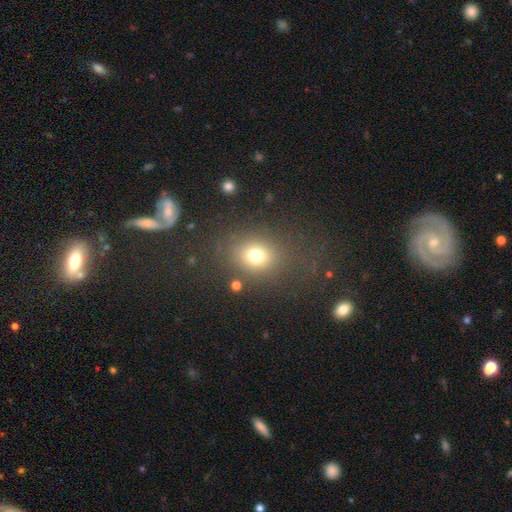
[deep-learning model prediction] The model was most divided on "how rounded": round: 62%, in between: 37%, cigar-shaped: 1%. More confident: merging — none (75%); smooth or featured — smooth (74%).